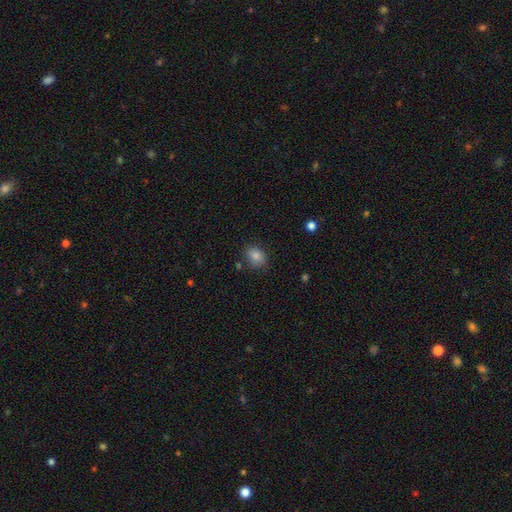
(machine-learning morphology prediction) smooth_or_featured: smooth (p=0.83) [alt: star or artifact p=0.10]
how_rounded: in between (p=0.60) [alt: round p=0.39]
merging: none (p=0.80) [alt: minor disturbance p=0.14]